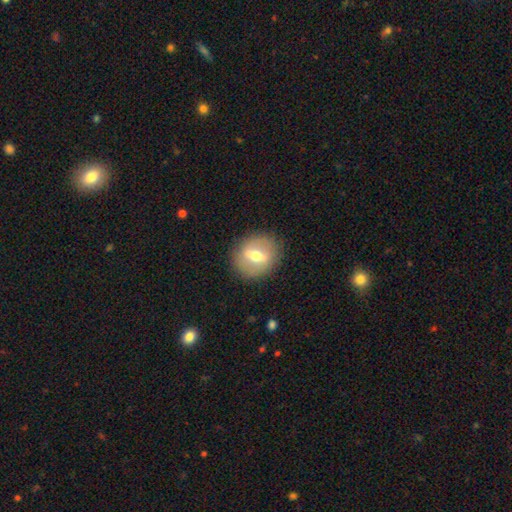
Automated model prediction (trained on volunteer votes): Q: Smooth or featured?
A: featured or disk (54%); runner-up: smooth (39%)
Q: Edge-on disk?
A: no (79%); runner-up: yes (21%)
Q: Merging?
A: none (86%); runner-up: minor disturbance (9%)